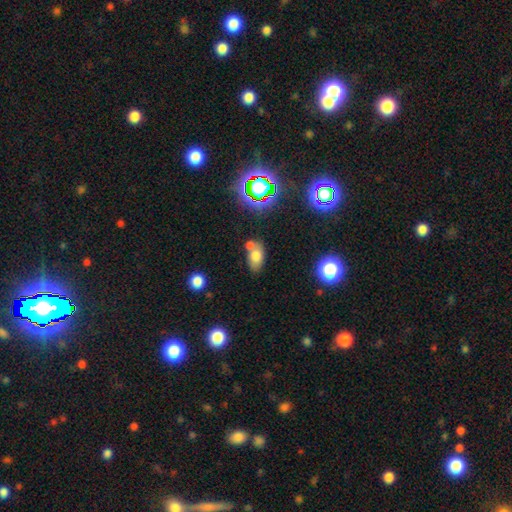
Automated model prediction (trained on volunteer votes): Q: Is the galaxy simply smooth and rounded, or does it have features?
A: smooth — 70%.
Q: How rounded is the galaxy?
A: in between — 86%.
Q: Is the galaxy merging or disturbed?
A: none — 48%.